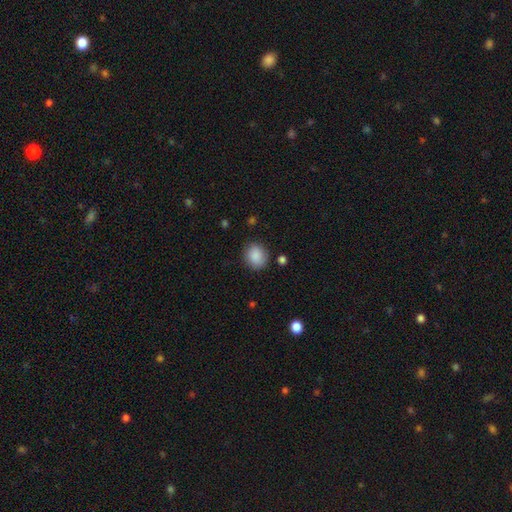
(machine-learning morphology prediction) Smooth or featured?
  - smooth: 89% *
  - star or artifact: 8%
  - featured or disk: 4%
How rounded?
  - round: 71% *
  - in between: 28%
  - cigar-shaped: 1%
Merging?
  - none: 84% *
  - minor disturbance: 11%
  - major disturbance: 3%
  - merger: 2%